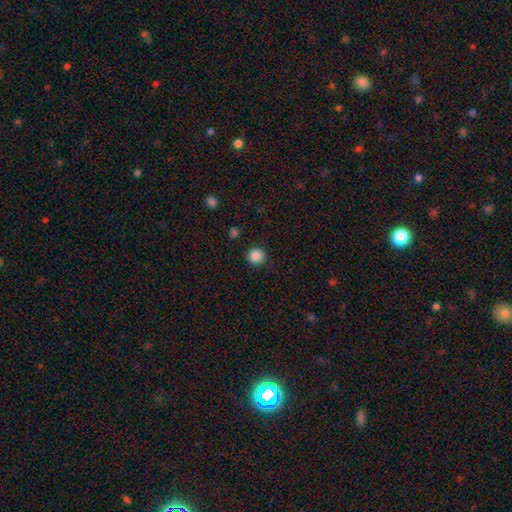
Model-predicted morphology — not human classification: This is clearly a smooth galaxy (87%). How rounded: clearly round (90%). Merging: clearly none (87%).